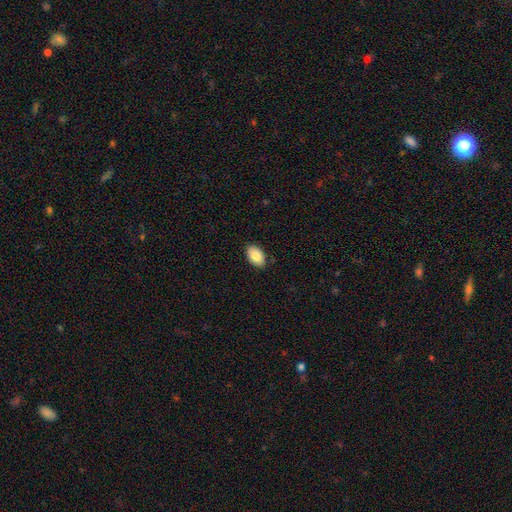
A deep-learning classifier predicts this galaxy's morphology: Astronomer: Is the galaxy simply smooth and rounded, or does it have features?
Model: smooth — 87%.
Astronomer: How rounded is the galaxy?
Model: in between — 92%.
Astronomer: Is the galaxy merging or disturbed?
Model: none — 88%.